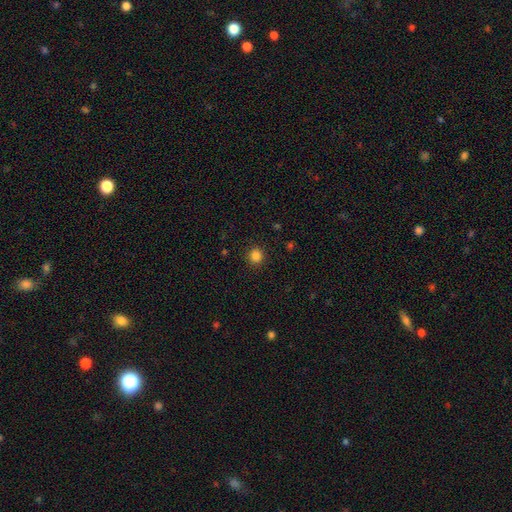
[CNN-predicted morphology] This appears to be a smooth galaxy with no disk features (84%) that is round (91%). Merging: none (91%).